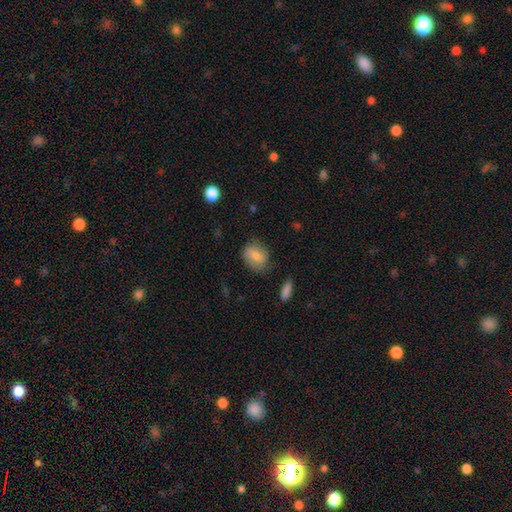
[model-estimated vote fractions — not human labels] Smooth or featured?
  - smooth: 76% *
  - featured or disk: 16%
  - star or artifact: 7%
How rounded?
  - in between: 57% *
  - round: 42%
  - cigar-shaped: 1%
Merging?
  - none: 69% *
  - minor disturbance: 23%
  - major disturbance: 6%
  - merger: 2%